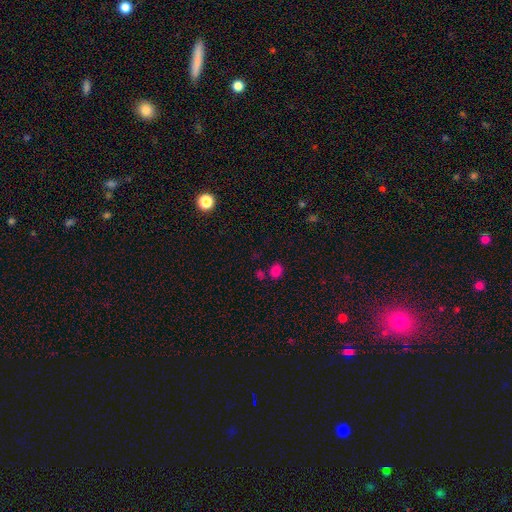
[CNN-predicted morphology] type=smooth (62%); roundness=round (70%); merging=none (74%).